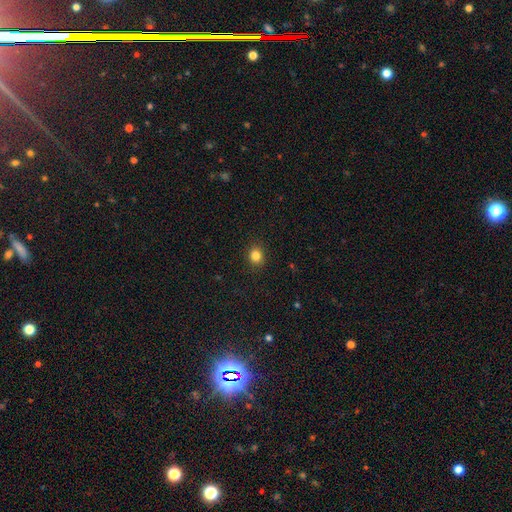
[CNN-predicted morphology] Smooth or featured? smooth (83%)
How rounded? round (78%)
Merging? none (90%)